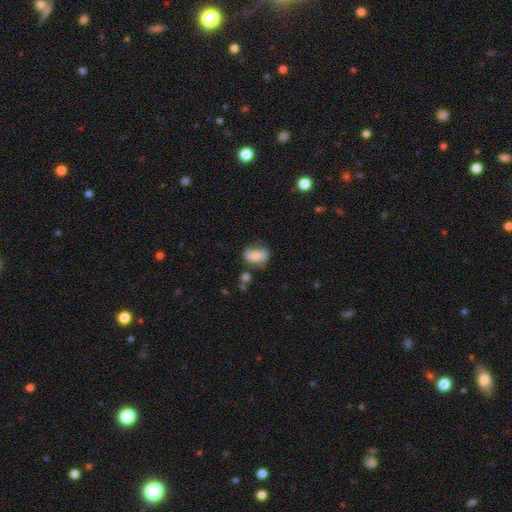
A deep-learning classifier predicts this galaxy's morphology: Smooth or featured? smooth (64%)
How rounded? in between (79%)
Merging? none (51%)